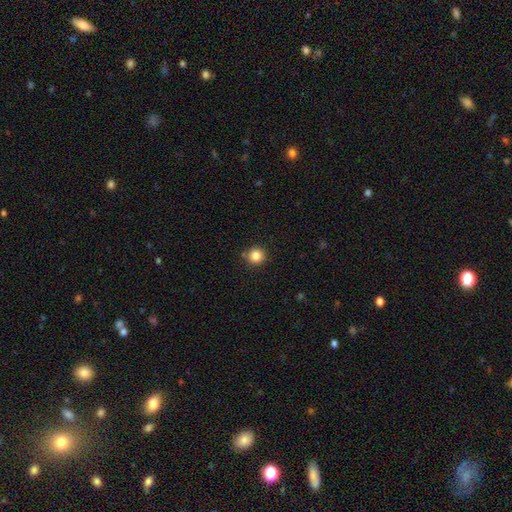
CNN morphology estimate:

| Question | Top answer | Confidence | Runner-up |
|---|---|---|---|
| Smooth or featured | smooth | 85% | star or artifact (11%) |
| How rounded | round | 92% | in between (7%) |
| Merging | none | 84% | minor disturbance (11%) |